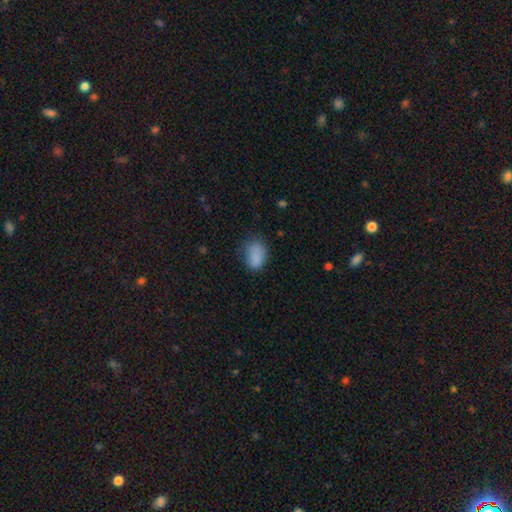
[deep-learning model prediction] Smooth or featured: smooth — 84% (star or artifact — 10%)
How rounded: in between — 82% (round — 16%)
Merging: none — 61% (minor disturbance — 27%)